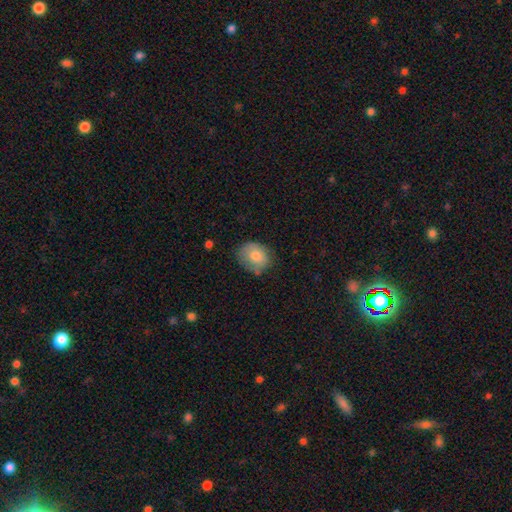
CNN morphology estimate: A smooth galaxy with no disk features (76%) that is round (59%).

Vote fractions:
- Smooth or featured? smooth: 76% / featured or disk: 15% / star or artifact: 8%
- How rounded? round: 59% / in between: 40% / cigar-shaped: 1%
- Merging? none: 68% / minor disturbance: 24% / major disturbance: 6% / merger: 2%